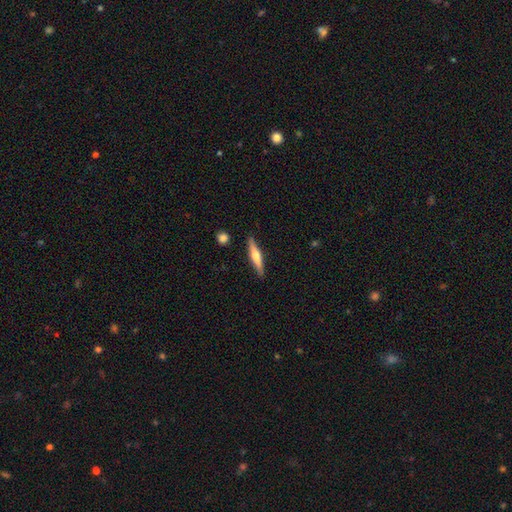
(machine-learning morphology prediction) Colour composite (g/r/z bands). It shows a featured or disk galaxy (56%) viewed edge-on (96%) with a rounded central bulge (89%). Merging: none (88%).